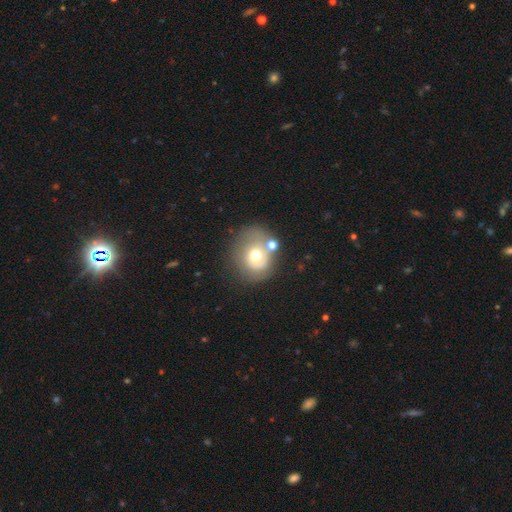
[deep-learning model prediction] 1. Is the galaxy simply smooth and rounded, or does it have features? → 51% smooth, 39% featured or disk, 10% star or artifact.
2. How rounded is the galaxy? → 72% round, 27% in between, 1% cigar-shaped.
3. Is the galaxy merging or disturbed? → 50% none, 21% minor disturbance, 16% merger, 13% major disturbance.